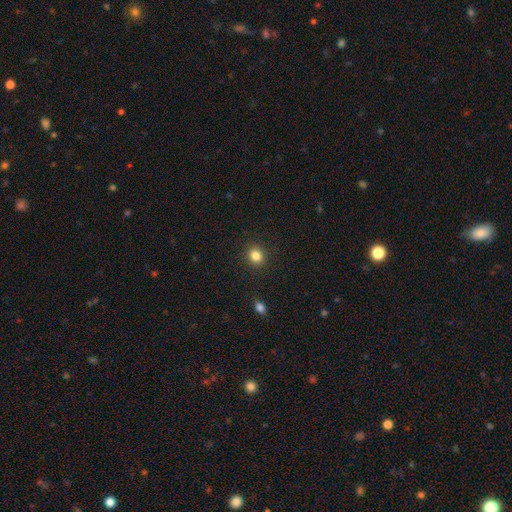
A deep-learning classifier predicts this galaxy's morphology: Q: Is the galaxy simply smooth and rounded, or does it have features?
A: smooth — 83%.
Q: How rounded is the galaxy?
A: round — 77%.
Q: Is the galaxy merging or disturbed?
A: none — 91%.